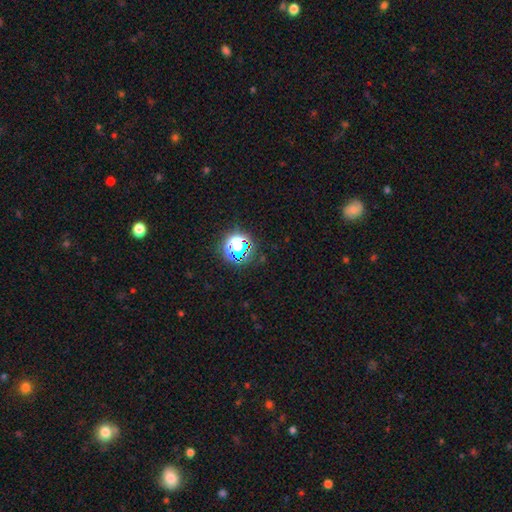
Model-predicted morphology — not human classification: Overall: star or artifact (76%).